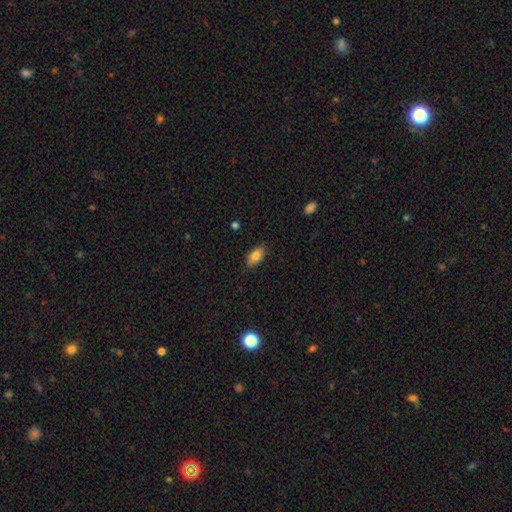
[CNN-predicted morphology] smooth-or-featured: smooth: 82% | featured or disk: 10% | star or artifact: 8%
  how-rounded: in between: 89% | cigar-shaped: 8% | round: 4%
  merging: none: 84% | minor disturbance: 12% | major disturbance: 2% | merger: 1%